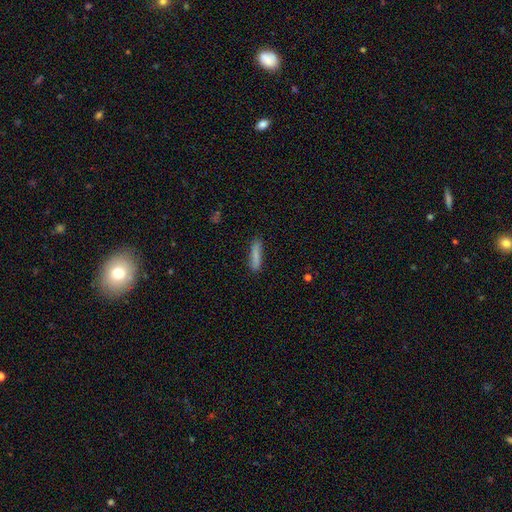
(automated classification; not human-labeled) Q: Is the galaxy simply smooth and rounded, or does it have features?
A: smooth — 81%.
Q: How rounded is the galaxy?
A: cigar-shaped — 84%.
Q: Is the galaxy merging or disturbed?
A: none — 83%.